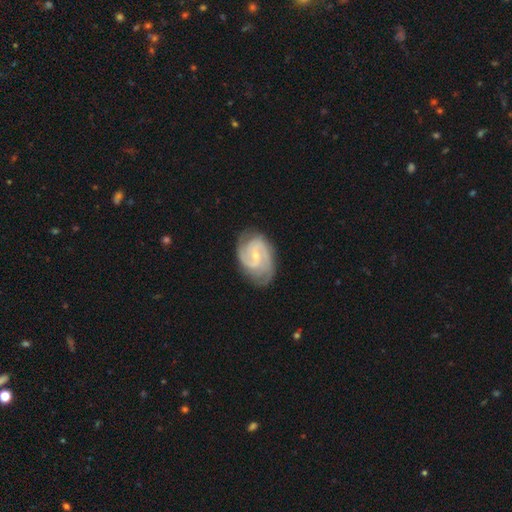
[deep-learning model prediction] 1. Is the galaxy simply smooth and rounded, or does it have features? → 89% featured or disk, 7% smooth, 5% star or artifact.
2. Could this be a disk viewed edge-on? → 98% no, 2% yes.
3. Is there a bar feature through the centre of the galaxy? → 52% weak, 33% no, 15% strong.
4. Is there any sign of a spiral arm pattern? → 98% yes, 2% no.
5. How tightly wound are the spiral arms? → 45% tight (tied), 45% medium (tied), 10% loose.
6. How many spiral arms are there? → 57% 2, 20% 3, 11% can't tell, 5% 4, 3% 1, 3% more than 4.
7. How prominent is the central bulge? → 70% small, 27% moderate, 2% none, 1% large, 1% dominant.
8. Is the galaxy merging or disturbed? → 76% none, 18% minor disturbance, 5% major disturbance, 1% merger.